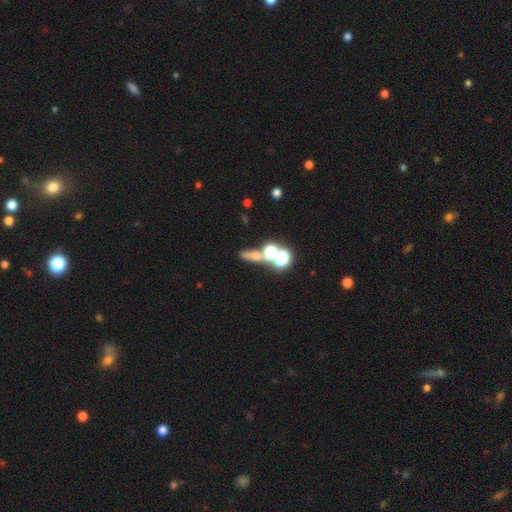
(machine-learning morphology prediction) Smooth or featured: smooth — 51% (star or artifact — 32%)
How rounded: round — 46% (in between — 32%)
Merging: none — 51% (merger — 33%)